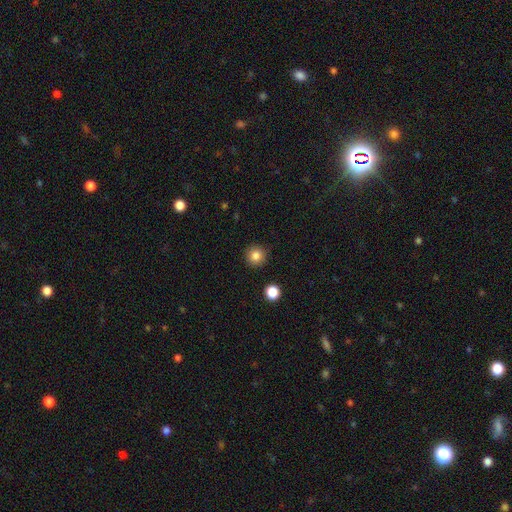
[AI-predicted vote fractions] The model was most divided on "smooth or featured": smooth: 84%, star or artifact: 11%, featured or disk: 5%. More confident: how rounded — round (95%); merging — none (91%).